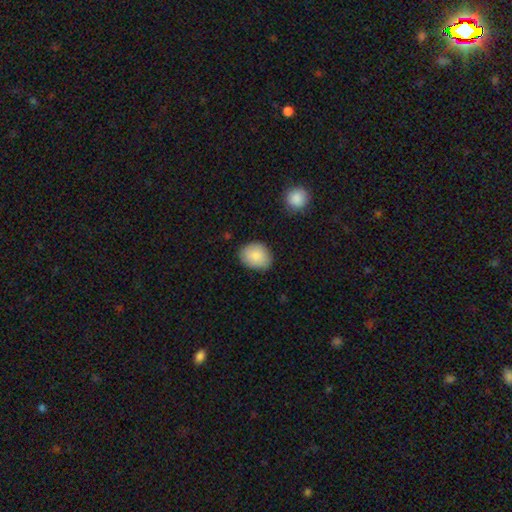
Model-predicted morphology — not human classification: smooth-or-featured: smooth: 86% | featured or disk: 8% | star or artifact: 7%
  how-rounded: in between: 52% | round: 47% | cigar-shaped: 1%
  merging: none: 81% | minor disturbance: 14% | major disturbance: 3% | merger: 2%